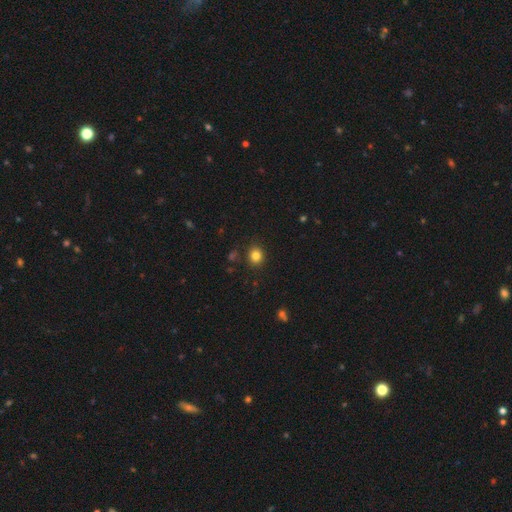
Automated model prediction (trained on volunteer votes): Q: Smooth or featured?
A: smooth (83%); runner-up: star or artifact (12%)
Q: How rounded?
A: round (77%); runner-up: in between (22%)
Q: Merging?
A: none (88%); runner-up: minor disturbance (7%)